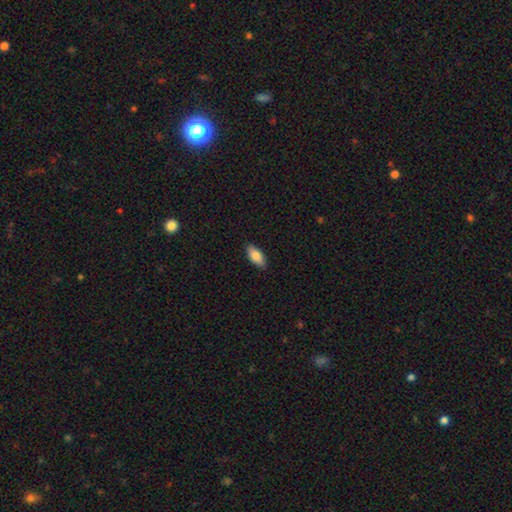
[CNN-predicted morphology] Smooth or featured: smooth — 83% (featured or disk — 11%)
How rounded: in between — 85% (cigar-shaped — 13%)
Merging: none — 88% (minor disturbance — 9%)